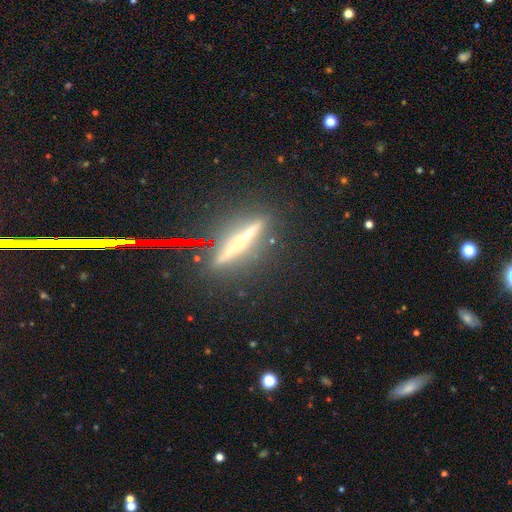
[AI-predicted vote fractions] The model was most divided on "smooth or featured": featured or disk: 59%, smooth: 23%, star or artifact: 17%. More confident: edge-on disk — yes (90%); merging — none (81%); edge-on bulge — none (80%).